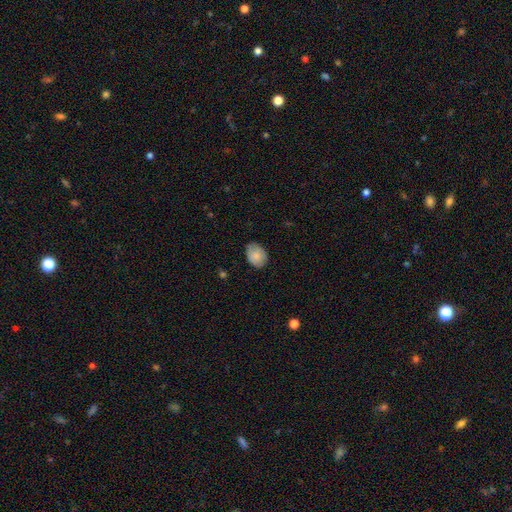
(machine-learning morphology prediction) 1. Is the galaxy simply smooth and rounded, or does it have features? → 81% smooth, 12% featured or disk, 7% star or artifact.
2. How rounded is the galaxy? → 68% in between, 31% round, 1% cigar-shaped.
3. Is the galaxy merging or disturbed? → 73% none, 23% minor disturbance, 3% major disturbance, 1% merger.